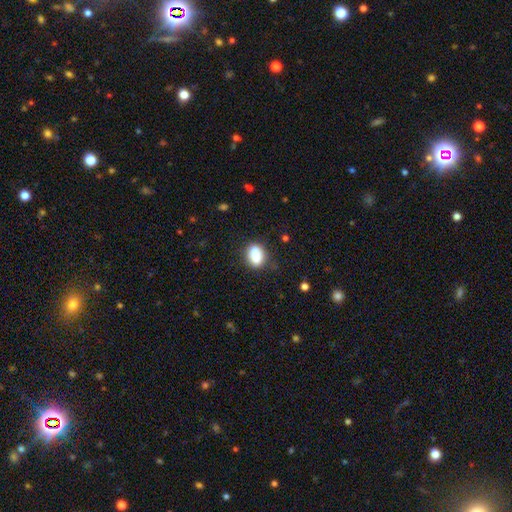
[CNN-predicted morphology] Smooth or featured?
  - smooth: 85% *
  - star or artifact: 8%
  - featured or disk: 7%
How rounded?
  - in between: 71% *
  - round: 28%
  - cigar-shaped: 2%
Merging?
  - none: 70% *
  - minor disturbance: 21%
  - major disturbance: 6%
  - merger: 4%